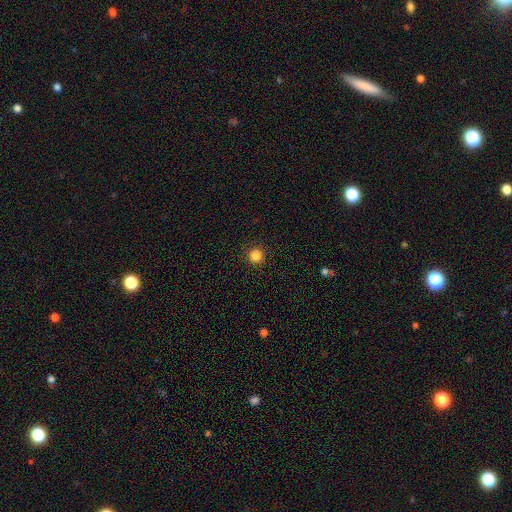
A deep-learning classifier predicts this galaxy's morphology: type=smooth (85%); roundness=round (95%); merging=none (92%).